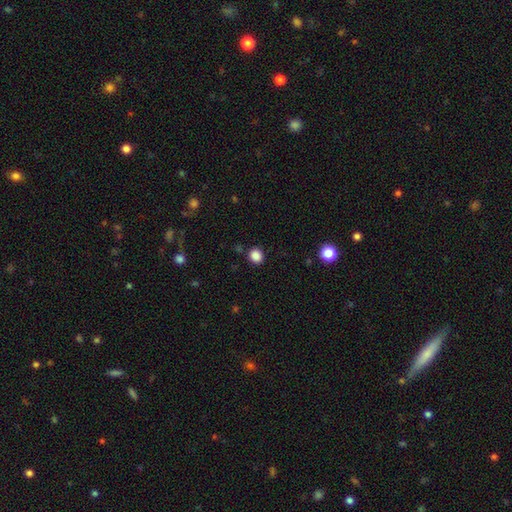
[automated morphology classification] A smooth galaxy with no disk features (86%) that is round (77%).

Vote fractions:
- Smooth or featured? smooth: 86% / star or artifact: 11% / featured or disk: 3%
- How rounded? round: 77% / in between: 22% / cigar-shaped: 1%
- Merging? none: 87% / minor disturbance: 9% / major disturbance: 3% / merger: 2%